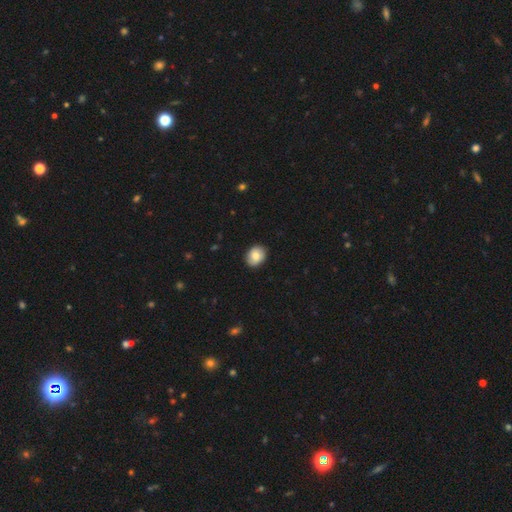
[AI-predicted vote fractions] Q: Smooth or featured?
A: smooth (80%); runner-up: featured or disk (13%)
Q: How rounded?
A: in between (52%); runner-up: round (47%)
Q: Merging?
A: none (88%); runner-up: minor disturbance (9%)